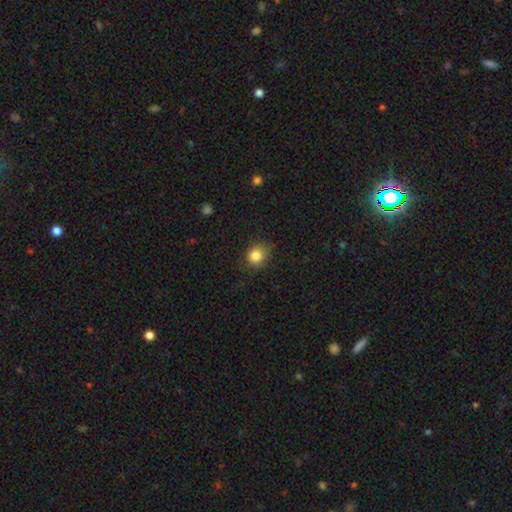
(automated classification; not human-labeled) smooth-or-featured: smooth: 83% | star or artifact: 11% | featured or disk: 6%
  how-rounded: round: 77% | in between: 22% | cigar-shaped: 1%
  merging: none: 78% | minor disturbance: 17% | major disturbance: 4% | merger: 1%